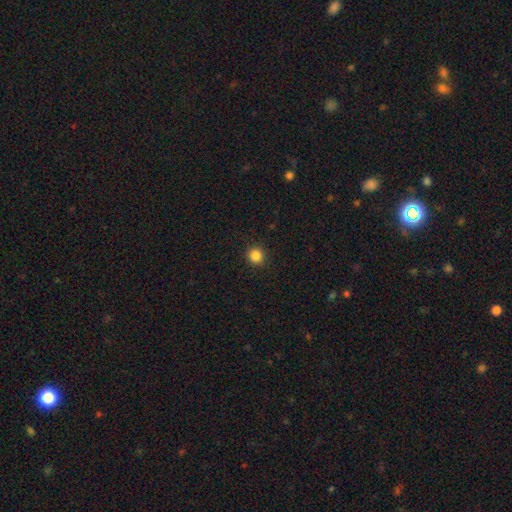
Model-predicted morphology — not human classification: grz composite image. It shows a smooth galaxy with no disk features (86%) that is round (94%). Merging: none (92%).